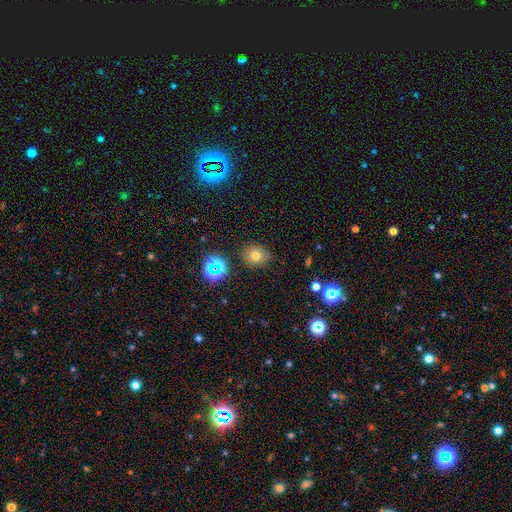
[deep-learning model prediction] Smooth or featured: smooth — 70% (star or artifact — 19%)
How rounded: round — 69% (in between — 30%)
Merging: none — 84% (minor disturbance — 11%)